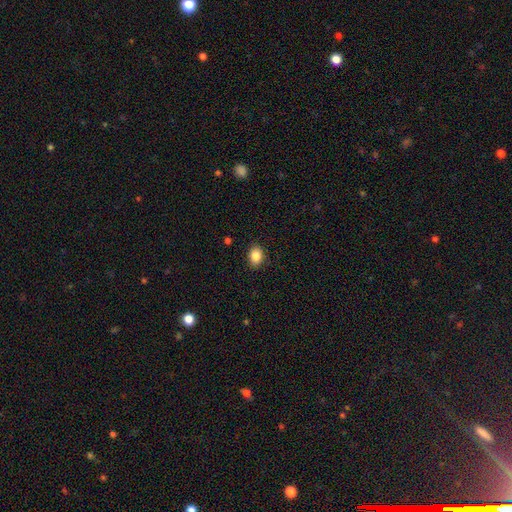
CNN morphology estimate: The model was most divided on "how rounded": in between: 72%, round: 26%, cigar-shaped: 1%. More confident: merging — none (88%); smooth or featured — smooth (86%).